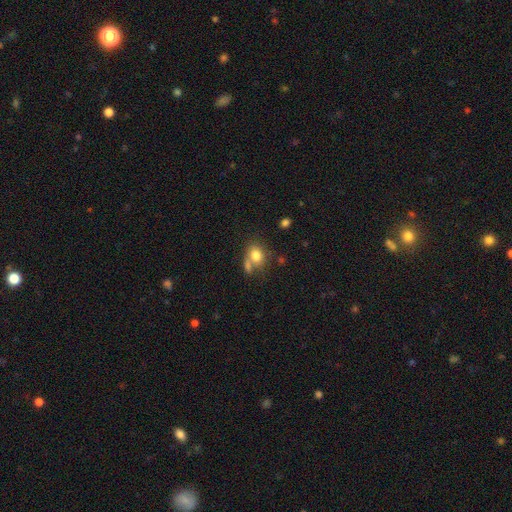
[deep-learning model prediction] This appears to be a smooth galaxy with no disk features (79%) that is in between round and cigar-shaped (58%). Merging: none (46%).